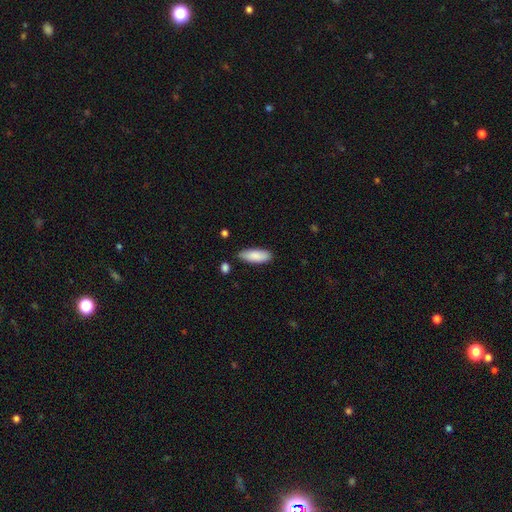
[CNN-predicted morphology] Overall: smooth (88%). How rounded: in between (72%). Merging: none (80%).